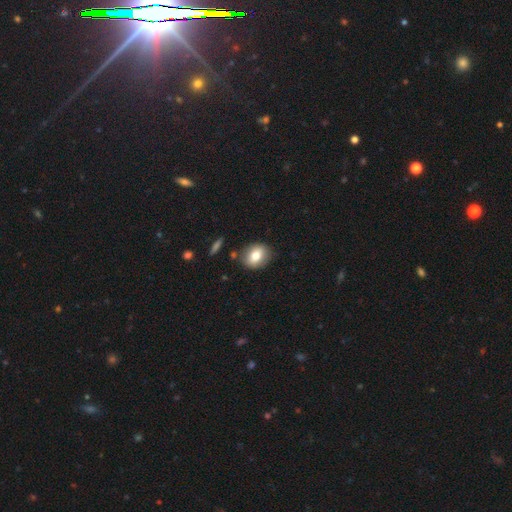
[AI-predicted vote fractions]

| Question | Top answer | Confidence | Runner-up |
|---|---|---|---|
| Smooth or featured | smooth | 75% | featured or disk (16%) |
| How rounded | in between | 52% | round (47%) |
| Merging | none | 82% | minor disturbance (11%) |